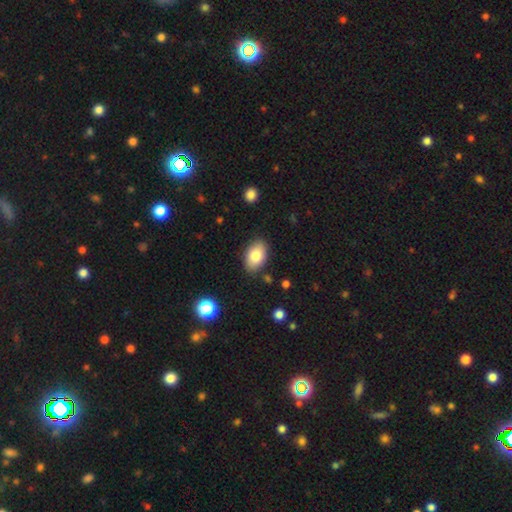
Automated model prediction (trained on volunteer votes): The model was most divided on "smooth or featured": smooth: 81%, featured or disk: 12%, star or artifact: 7%. More confident: how rounded — in between (91%); merging — none (85%).